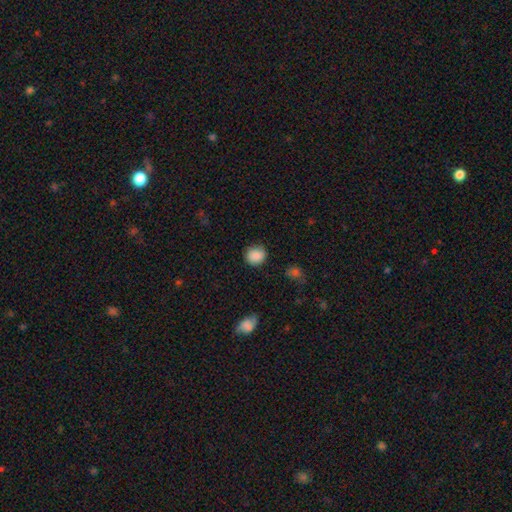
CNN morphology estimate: Smooth or featured? Predicted: smooth (p=0.88). How rounded? Predicted: round (p=0.85). Merging? Predicted: none (p=0.84).